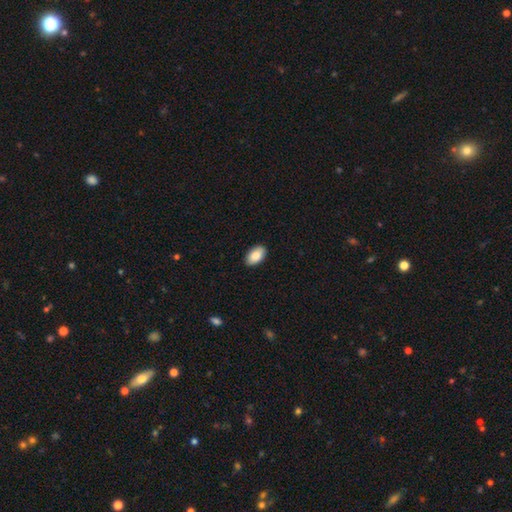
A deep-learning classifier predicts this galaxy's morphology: Smooth or featured? Predicted: smooth (p=0.87). How rounded? Predicted: in between (p=0.94). Merging? Predicted: none (p=0.90).